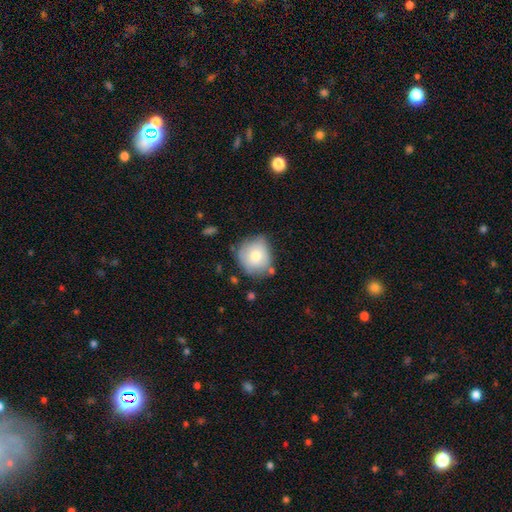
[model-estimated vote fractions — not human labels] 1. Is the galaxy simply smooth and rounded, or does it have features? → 73% smooth, 20% featured or disk, 8% star or artifact.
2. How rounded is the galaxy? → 84% round, 15% in between, 1% cigar-shaped.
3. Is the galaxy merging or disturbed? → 64% none, 25% minor disturbance, 6% major disturbance, 5% merger.